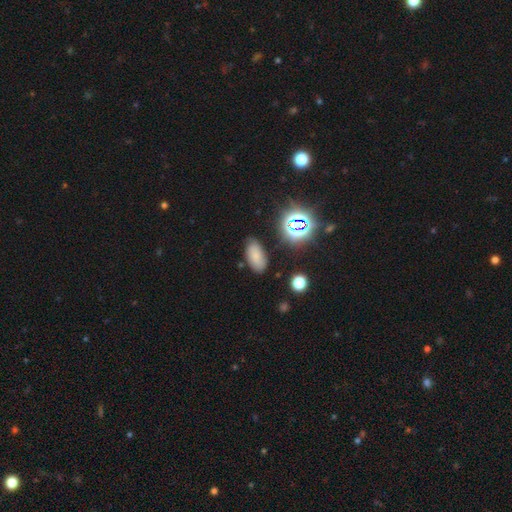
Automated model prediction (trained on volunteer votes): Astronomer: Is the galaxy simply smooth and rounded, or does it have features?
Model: smooth — 68%.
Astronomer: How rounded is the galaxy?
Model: in between — 92%.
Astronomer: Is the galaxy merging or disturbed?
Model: none — 78%.